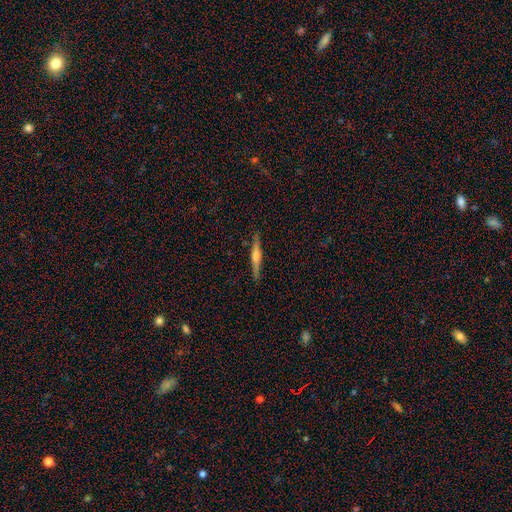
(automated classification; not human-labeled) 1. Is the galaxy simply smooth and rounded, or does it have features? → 74% featured or disk, 19% smooth, 7% star or artifact.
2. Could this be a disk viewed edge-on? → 98% yes, 2% no.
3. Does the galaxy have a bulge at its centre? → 78% rounded, 13% boxy, 9% none.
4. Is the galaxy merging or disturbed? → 91% none, 7% minor disturbance, 1% major disturbance, 1% merger.